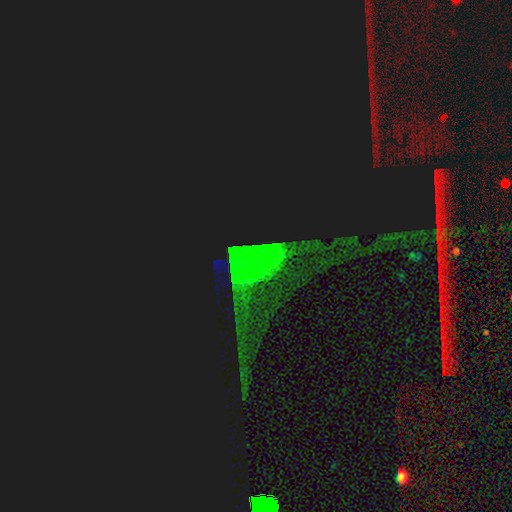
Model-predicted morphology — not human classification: Smooth or featured? Predicted: star or artifact (p=0.75).